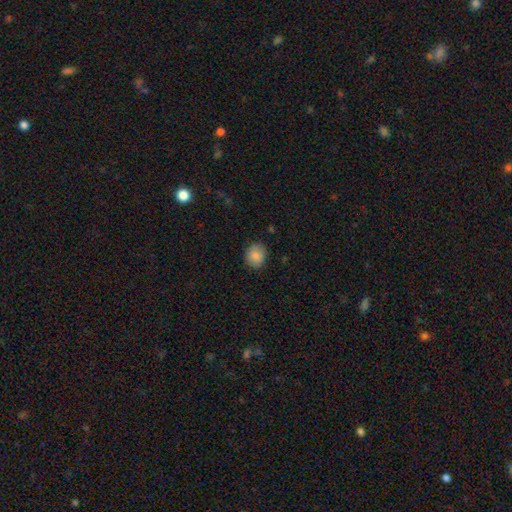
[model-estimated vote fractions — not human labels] smooth 86%, star or artifact 8%, featured or disk 6%. Down the decision tree: how rounded — round (68%); merging — none (85%).